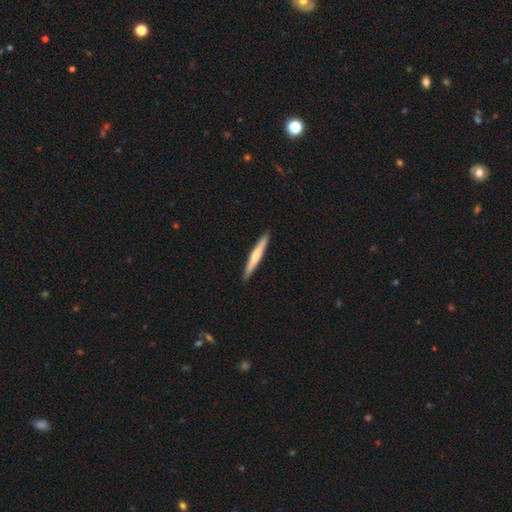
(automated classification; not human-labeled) The model was most divided on "smooth or featured": smooth: 56%, featured or disk: 39%, star or artifact: 5%. More confident: how rounded — cigar-shaped (96%); merging — none (91%).